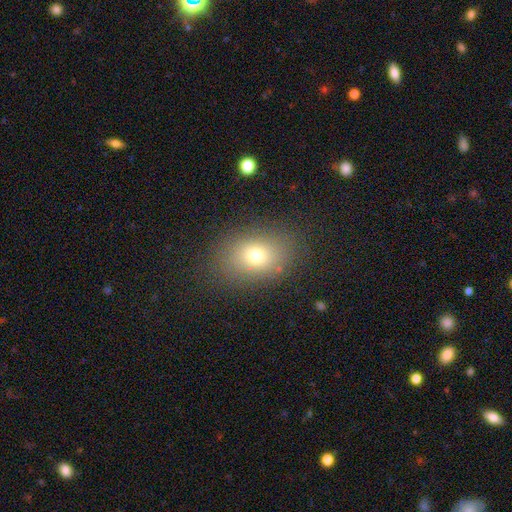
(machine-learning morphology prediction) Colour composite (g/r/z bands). It shows a smooth galaxy with no disk features (73%) that is in between round and cigar-shaped (71%). Merging: none (83%).